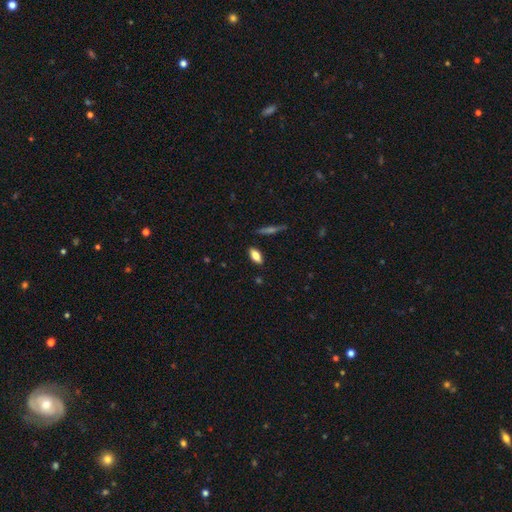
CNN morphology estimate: The model was most divided on "smooth or featured": smooth: 76%, featured or disk: 16%, star or artifact: 8%. More confident: merging — none (86%); how rounded — in between (83%).